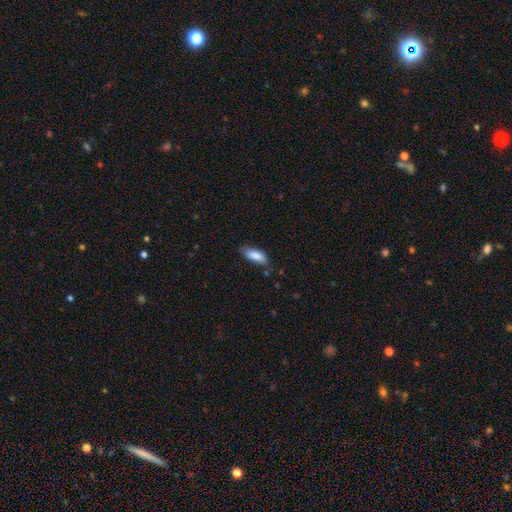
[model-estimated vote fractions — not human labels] smooth-or-featured: smooth: 85% | featured or disk: 9% | star or artifact: 6%
  how-rounded: in between: 71% | cigar-shaped: 27% | round: 2%
  merging: none: 74% | minor disturbance: 20% | major disturbance: 4% | merger: 2%